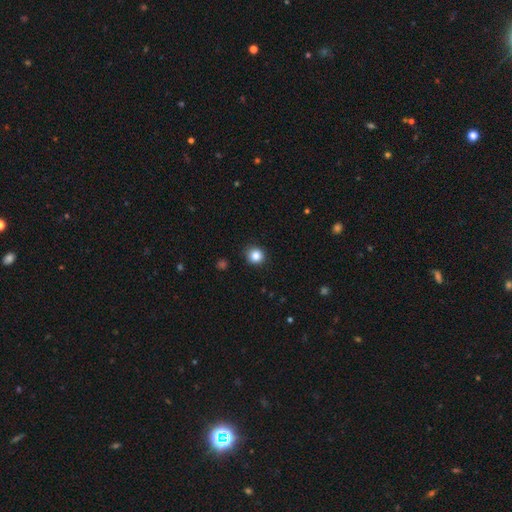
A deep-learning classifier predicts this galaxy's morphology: smooth-or-featured: smooth: 85% | star or artifact: 11% | featured or disk: 4%
  how-rounded: round: 92% | in between: 8% | cigar-shaped: 1%
  merging: none: 90% | minor disturbance: 7% | major disturbance: 2% | merger: 1%